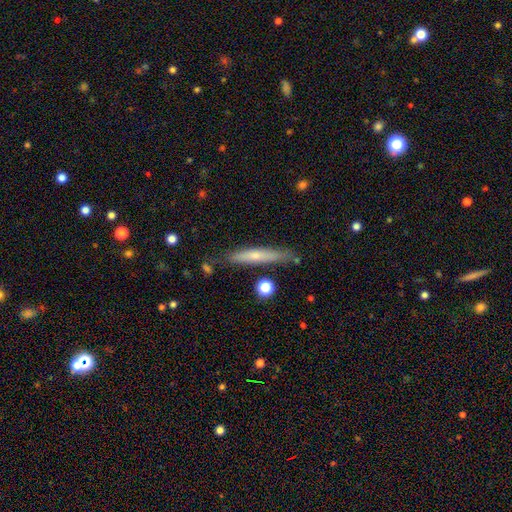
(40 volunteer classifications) smooth-or-featured: smooth: 62% | featured or disk: 38% | star or artifact: 0%
  how-rounded: cigar-shaped: 96% | in between: 4% | round: 0%
  merging: none: 78% | minor disturbance: 20% | merger: 2% | major disturbance: 0%